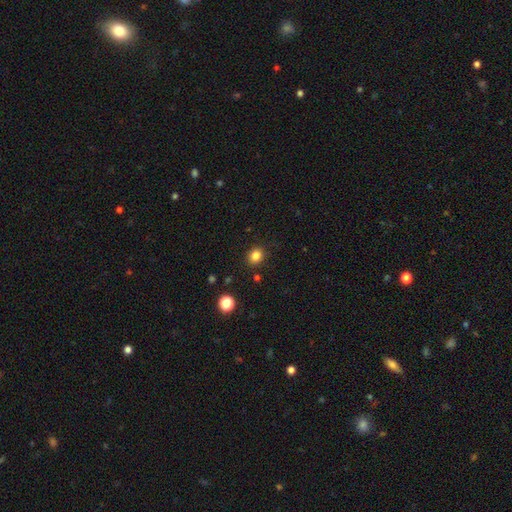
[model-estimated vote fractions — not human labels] smooth-or-featured: smooth: 83% | star or artifact: 13% | featured or disk: 4%
  how-rounded: round: 74% | in between: 25% | cigar-shaped: 1%
  merging: none: 88% | minor disturbance: 8% | major disturbance: 2% | merger: 2%